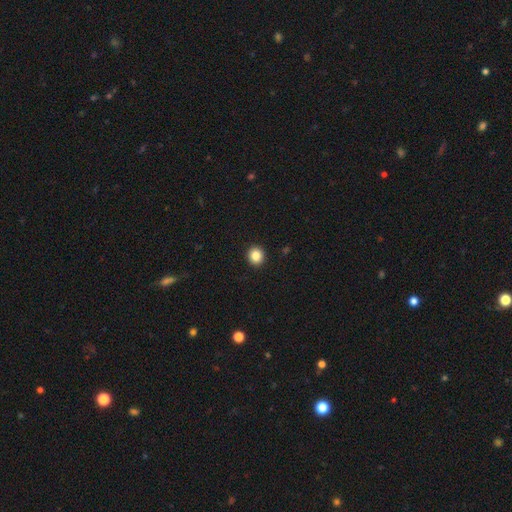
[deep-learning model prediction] Overall: smooth (85%). How rounded: round (88%). Merging: none (93%).